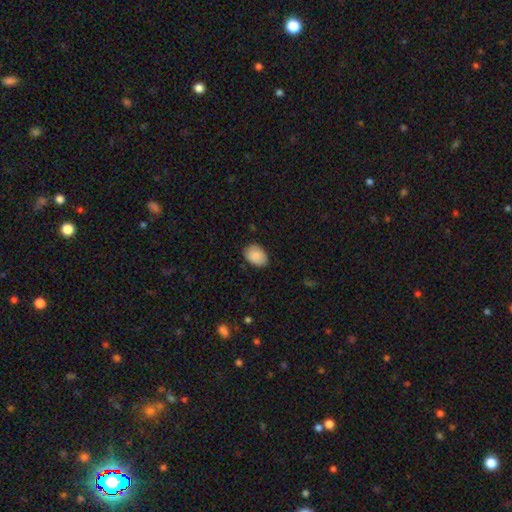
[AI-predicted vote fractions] smooth_or_featured: smooth (p=0.88) [alt: star or artifact p=0.07]
how_rounded: in between (p=0.78) [alt: round p=0.21]
merging: none (p=0.80) [alt: minor disturbance p=0.17]